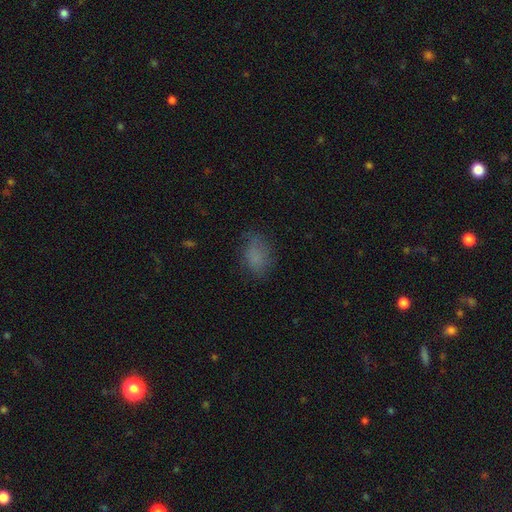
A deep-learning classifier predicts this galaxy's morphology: A smooth galaxy with no disk features (76%) that is in between round and cigar-shaped (79%). Merging: none (63%).